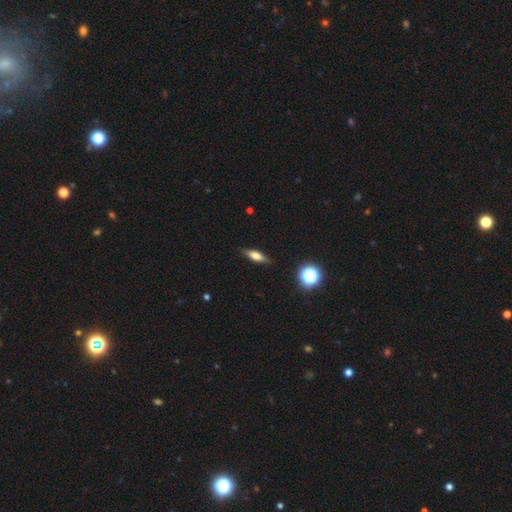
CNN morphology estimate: A smooth galaxy with no disk features (59%) that is in between round and cigar-shaped (49%).

Vote fractions:
- Smooth or featured? smooth: 59% / featured or disk: 32% / star or artifact: 10%
- How rounded? in between: 49% / cigar-shaped: 45% / round: 5%
- Merging? none: 85% / minor disturbance: 11% / major disturbance: 3% / merger: 1%